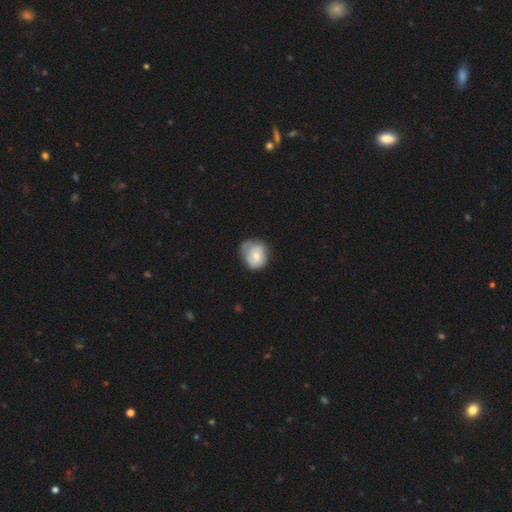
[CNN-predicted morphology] A smooth galaxy with no disk features (65%) that is round (64%).

Vote fractions:
- Smooth or featured? smooth: 65% / featured or disk: 28% / star or artifact: 7%
- How rounded? round: 64% / in between: 35% / cigar-shaped: 1%
- Merging? none: 47% / minor disturbance: 37% / major disturbance: 14% / merger: 2%